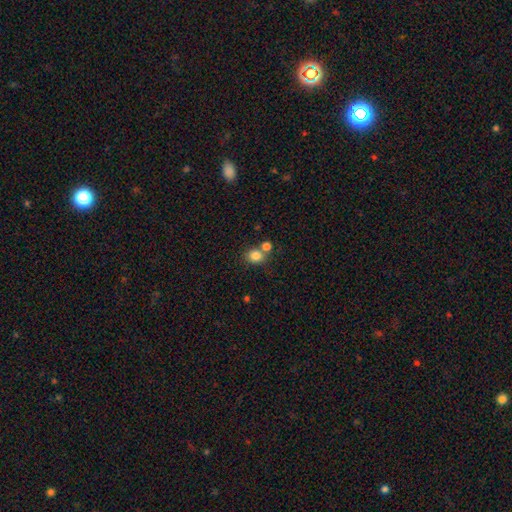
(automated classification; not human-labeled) smooth 83%, star or artifact 11%, featured or disk 6%. Down the decision tree: how rounded — round (67%); merging — none (56%).